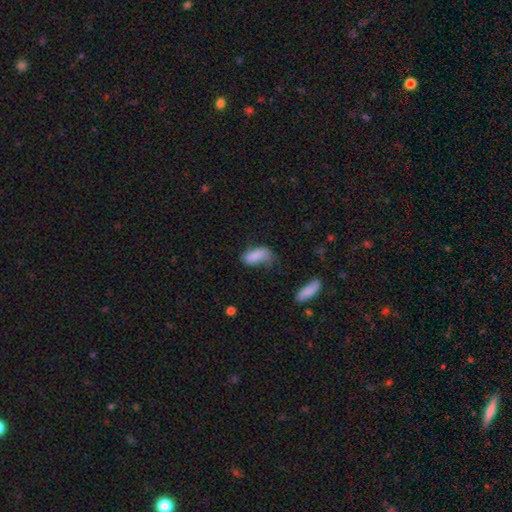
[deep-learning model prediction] A smooth galaxy with no disk features (79%) that is in between round and cigar-shaped (87%). Merging: none (38%).